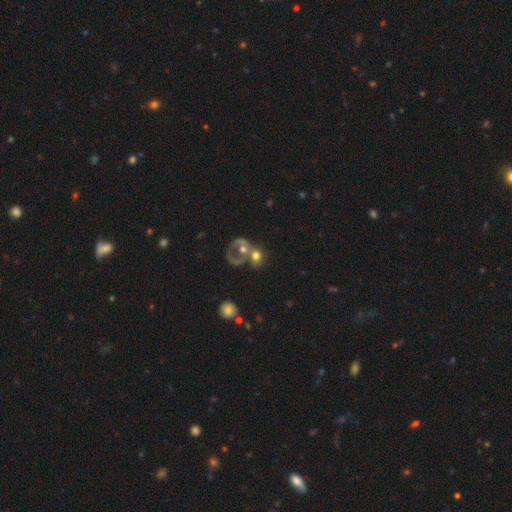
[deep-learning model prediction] Overall: smooth (49%; featured or disk 39%). Merging: merger (55%; none 27%).